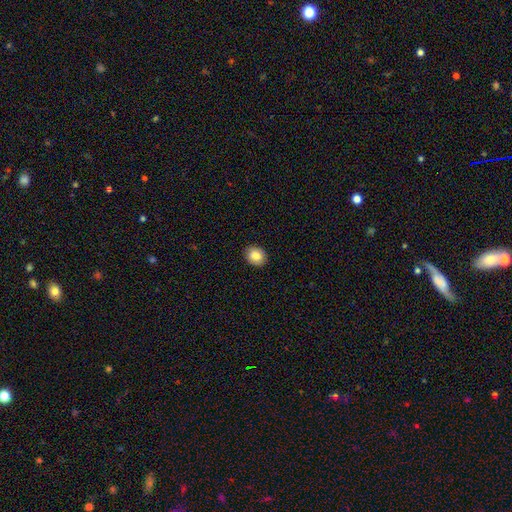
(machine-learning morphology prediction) smooth-or-featured: smooth: 84% | star or artifact: 8% | featured or disk: 7%
  how-rounded: round: 57% | in between: 42% | cigar-shaped: 1%
  merging: none: 91% | minor disturbance: 7% | major disturbance: 2% | merger: 1%